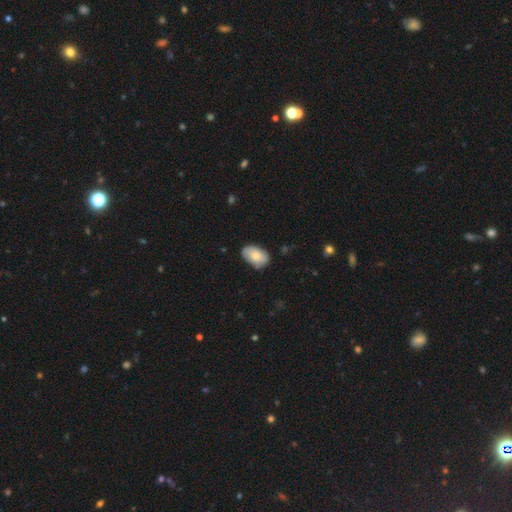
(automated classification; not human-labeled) Smooth or featured? Predicted: smooth (p=0.78). How rounded? Predicted: in between (p=0.91). Merging? Predicted: none (p=0.75).